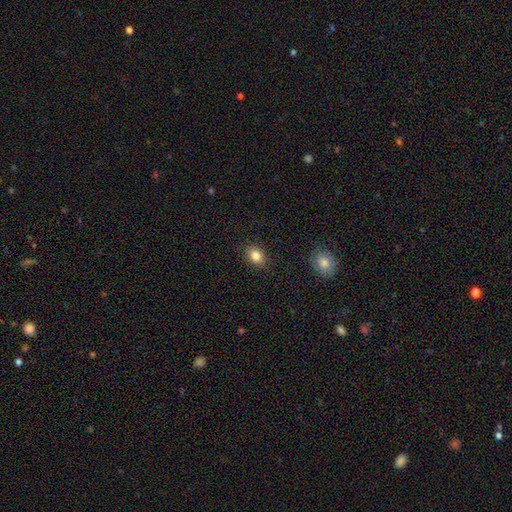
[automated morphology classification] Smooth or featured? Predicted: smooth (p=0.84). How rounded? Predicted: in between (p=0.68). Merging? Predicted: none (p=0.87).